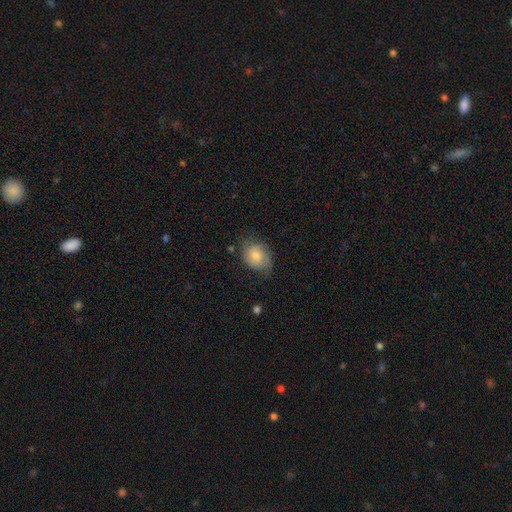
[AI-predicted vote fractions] Morphology: type=smooth (61%); roundness=in between (58%); merging=none (55%).